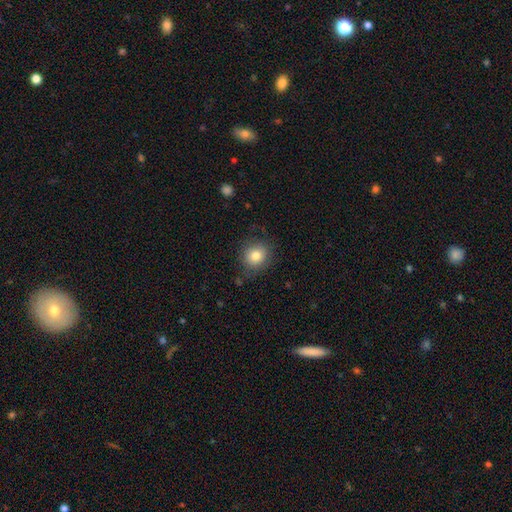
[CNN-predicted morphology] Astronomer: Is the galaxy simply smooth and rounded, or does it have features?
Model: smooth — 80%.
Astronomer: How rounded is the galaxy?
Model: round — 83%.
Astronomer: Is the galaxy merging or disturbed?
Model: none — 83%.